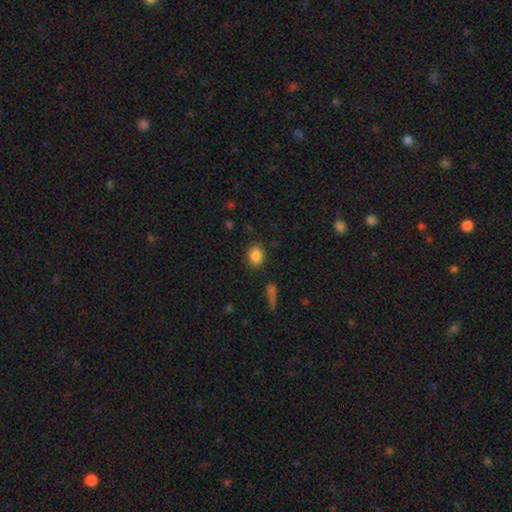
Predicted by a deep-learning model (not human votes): Smooth or featured? smooth (86%)
How rounded? round (55%)
Merging? none (85%)